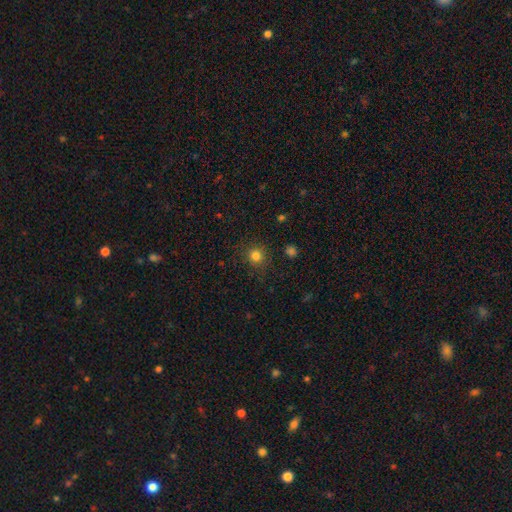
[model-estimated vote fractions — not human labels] This appears to be a smooth galaxy with no disk features (81%) that is round (93%). Merging: none (88%).